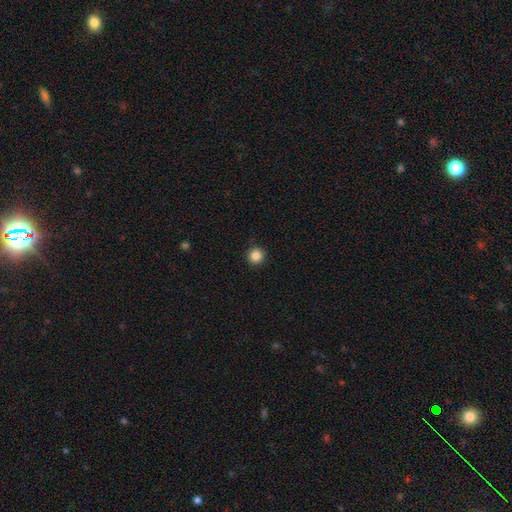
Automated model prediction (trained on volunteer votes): This appears to be a smooth galaxy with no disk features (85%) that is round (95%). Merging: none (90%).